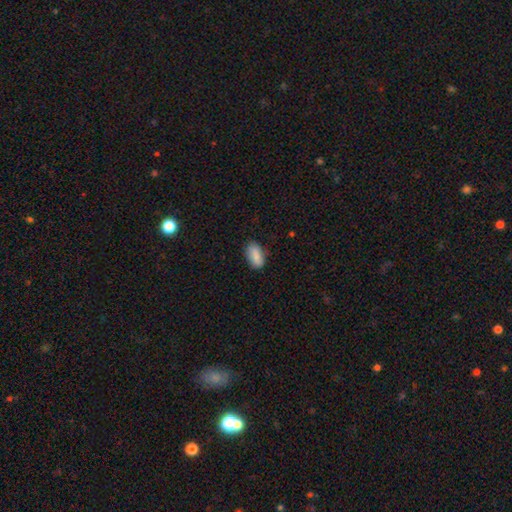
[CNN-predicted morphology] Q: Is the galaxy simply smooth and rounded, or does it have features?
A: smooth — 87%.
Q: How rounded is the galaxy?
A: in between — 90%.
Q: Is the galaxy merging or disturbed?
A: none — 78%.